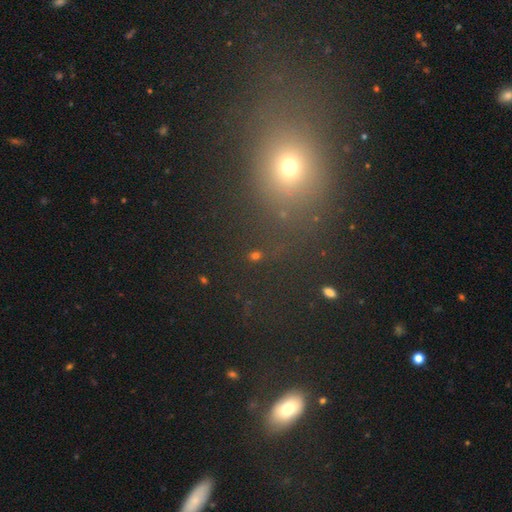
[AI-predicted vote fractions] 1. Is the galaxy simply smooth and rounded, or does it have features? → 48% smooth, 42% star or artifact, 10% featured or disk.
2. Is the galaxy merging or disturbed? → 73% none, 11% minor disturbance, 8% merger, 8% major disturbance.